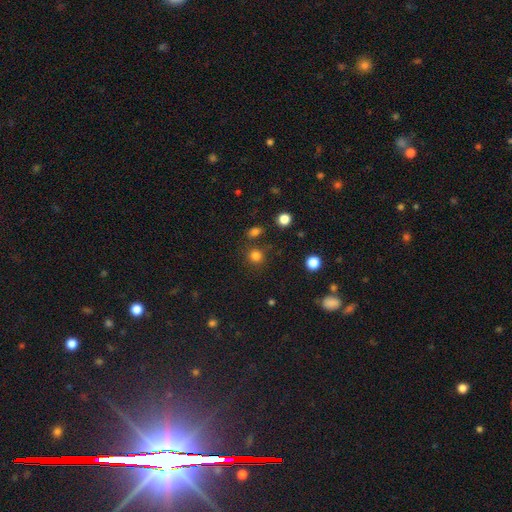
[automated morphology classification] Smooth or featured: smooth — 80% (star or artifact — 15%)
How rounded: round — 88% (in between — 11%)
Merging: none — 80% (minor disturbance — 9%)